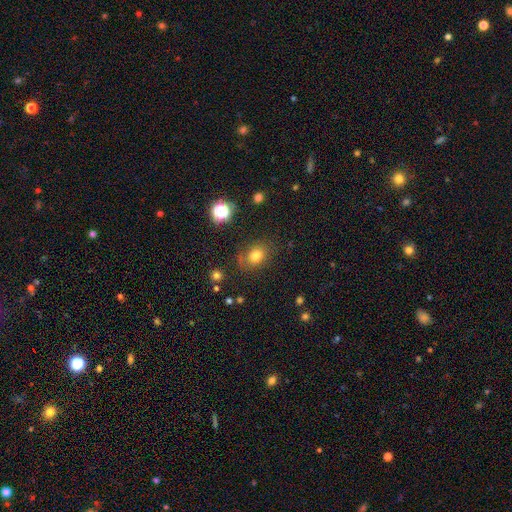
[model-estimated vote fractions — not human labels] Smooth or featured?
  - smooth: 75% *
  - star or artifact: 16%
  - featured or disk: 10%
How rounded?
  - in between: 51% *
  - round: 48%
  - cigar-shaped: 1%
Merging?
  - none: 74% *
  - minor disturbance: 16%
  - major disturbance: 6%
  - merger: 3%